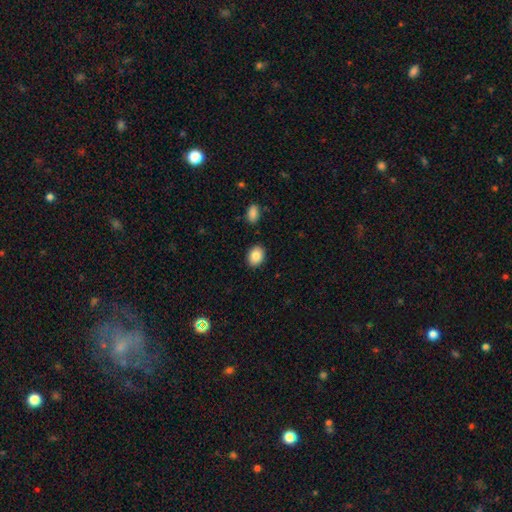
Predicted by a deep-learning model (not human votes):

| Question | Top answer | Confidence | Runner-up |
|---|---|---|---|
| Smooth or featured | smooth | 87% | star or artifact (8%) |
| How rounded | in between | 63% | round (36%) |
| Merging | none | 88% | minor disturbance (8%) |